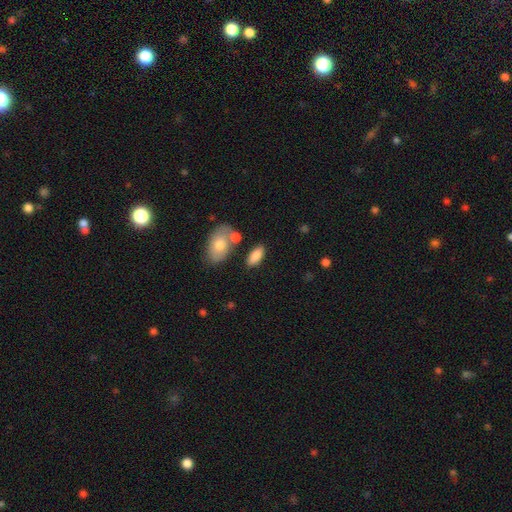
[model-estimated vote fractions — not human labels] This appears to be a smooth galaxy with no disk features (83%) that is in between round and cigar-shaped (88%). Merging: none (72%).